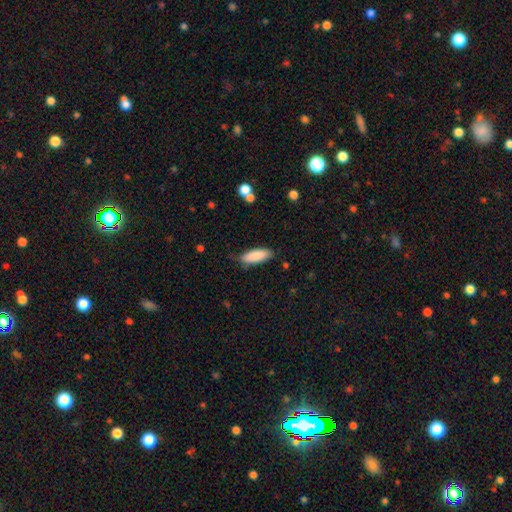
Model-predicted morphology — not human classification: Smooth or featured? smooth (87%)
How rounded? in between (63%)
Merging? none (80%)